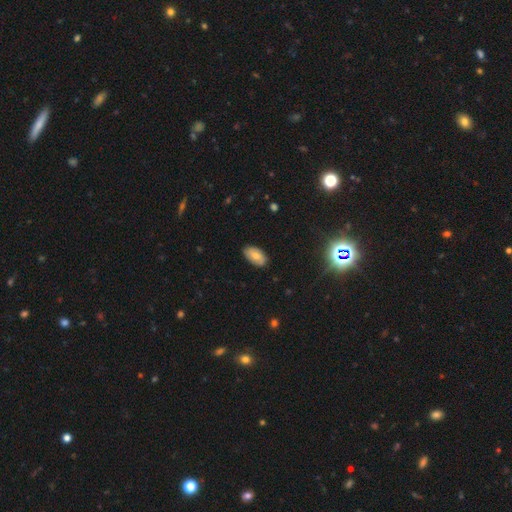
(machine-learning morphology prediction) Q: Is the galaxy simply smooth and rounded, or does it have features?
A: smooth — 69%.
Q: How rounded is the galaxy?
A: in between — 94%.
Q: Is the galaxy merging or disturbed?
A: none — 84%.